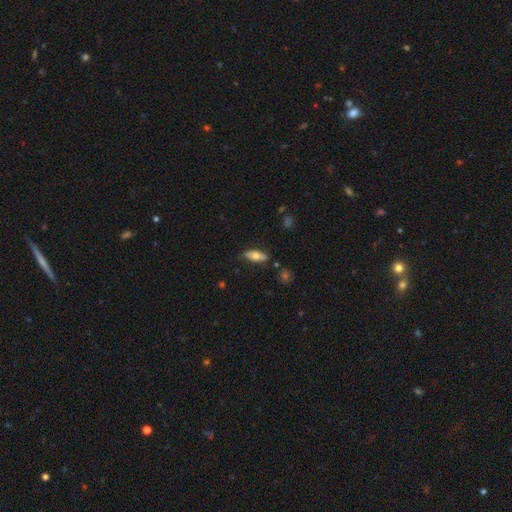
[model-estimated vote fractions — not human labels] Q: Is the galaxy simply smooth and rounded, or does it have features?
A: smooth — 64%.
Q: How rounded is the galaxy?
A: in between — 74%.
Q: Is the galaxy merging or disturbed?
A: none — 76%.